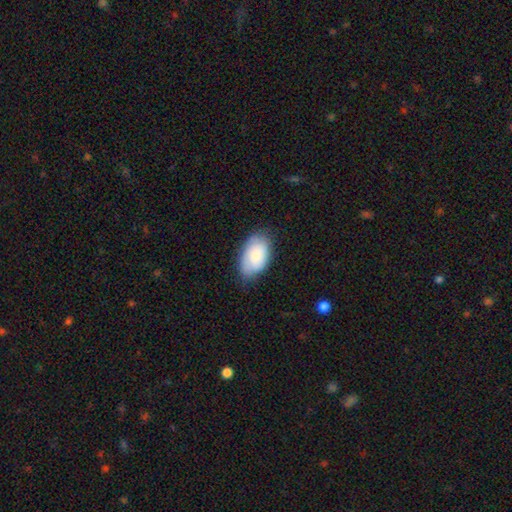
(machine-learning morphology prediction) Smooth or featured: smooth — 76% (featured or disk — 17%)
How rounded: in between — 93% (round — 6%)
Merging: none — 70% (minor disturbance — 24%)